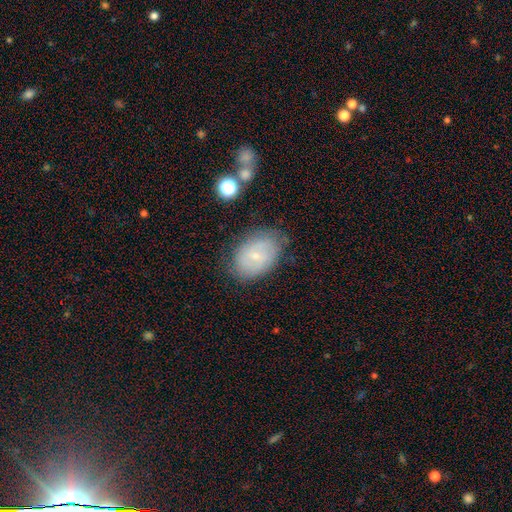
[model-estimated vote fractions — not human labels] Overall: smooth (49%; featured or disk 42%). Merging: none (71%).